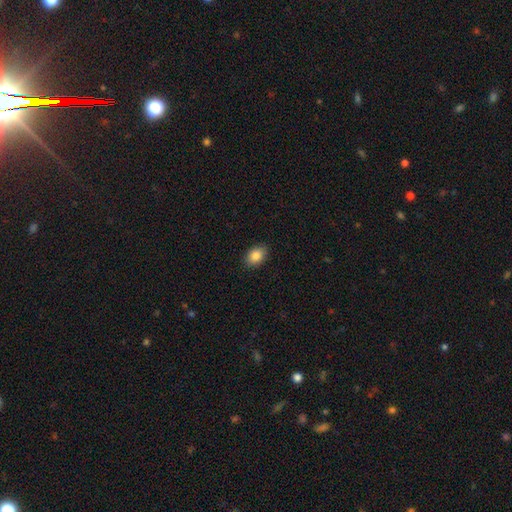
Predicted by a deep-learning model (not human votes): This appears to be a smooth galaxy with no disk features (87%) that is in between round and cigar-shaped (83%). Merging: none (88%).